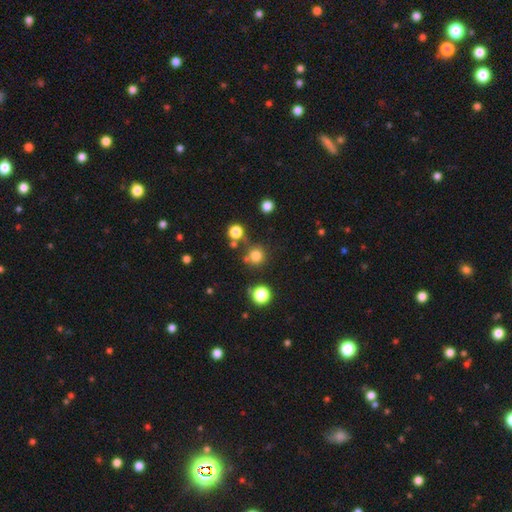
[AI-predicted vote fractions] Smooth or featured? Predicted: smooth (p=0.76). How rounded? Predicted: round (p=0.93). Merging? Predicted: none (p=0.75).